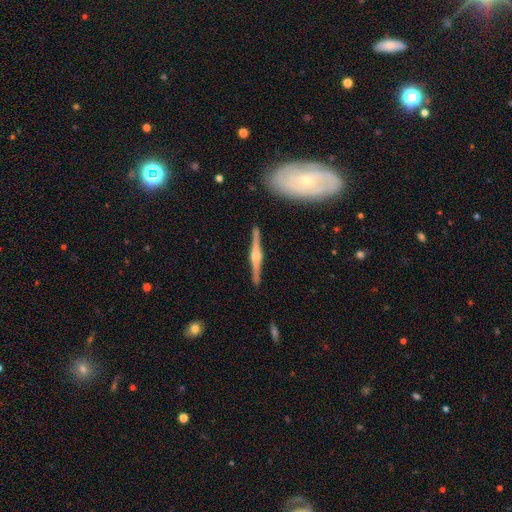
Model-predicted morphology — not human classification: The model was most divided on "smooth or featured": featured or disk: 84%, smooth: 11%, star or artifact: 5%. More confident: edge-on disk — yes (98%); merging — none (91%); edge-on bulge — rounded (88%).